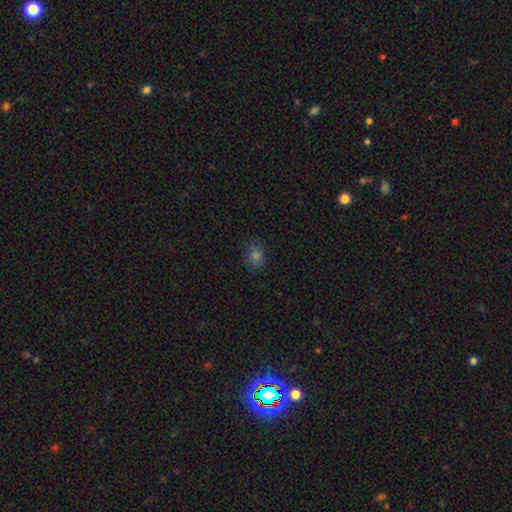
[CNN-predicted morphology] smooth_or_featured: smooth (p=0.75) [alt: star or artifact p=0.19]
how_rounded: round (p=0.59) [alt: in between p=0.40]
merging: none (p=0.81) [alt: minor disturbance p=0.15]